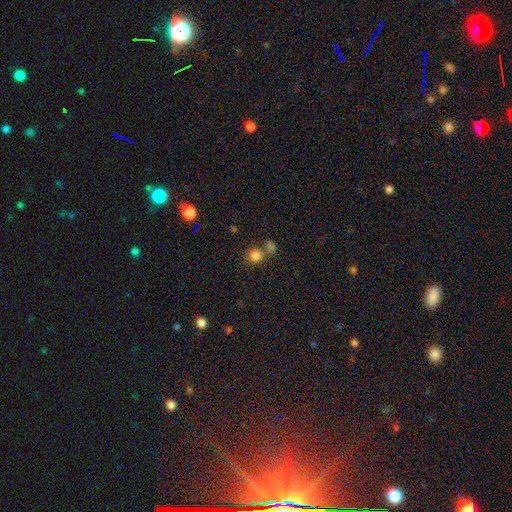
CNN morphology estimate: Smooth or featured: smooth — 81% (star or artifact — 13%)
How rounded: round — 84% (in between — 15%)
Merging: none — 56% (merger — 31%)